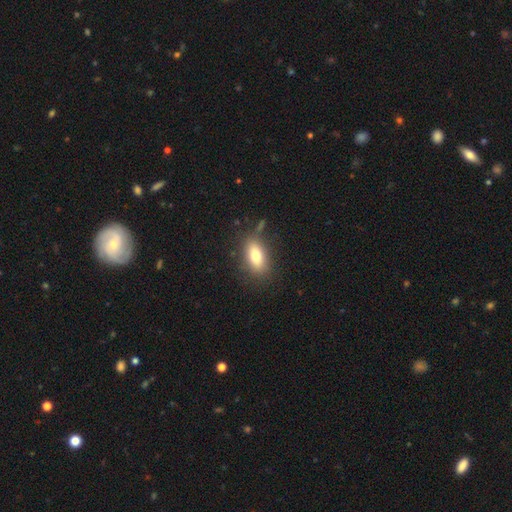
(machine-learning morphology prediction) Smooth or featured?
  - smooth: 77% *
  - featured or disk: 15%
  - star or artifact: 8%
How rounded?
  - in between: 83% *
  - cigar-shaped: 12%
  - round: 5%
Merging?
  - none: 78% *
  - minor disturbance: 14%
  - major disturbance: 5%
  - merger: 3%